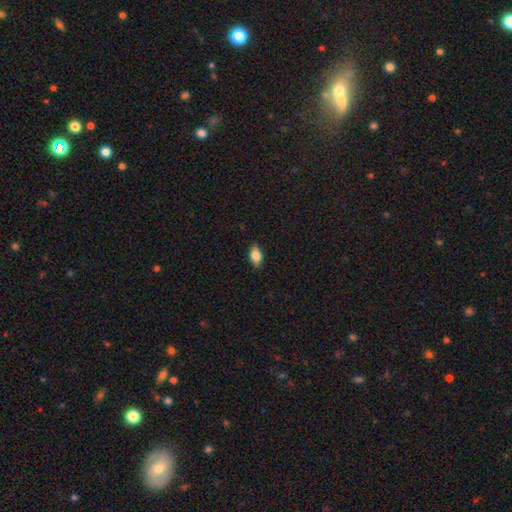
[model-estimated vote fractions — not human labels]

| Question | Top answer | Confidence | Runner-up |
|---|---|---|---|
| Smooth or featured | smooth | 79% | featured or disk (14%) |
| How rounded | in between | 87% | cigar-shaped (7%) |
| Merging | none | 86% | minor disturbance (11%) |